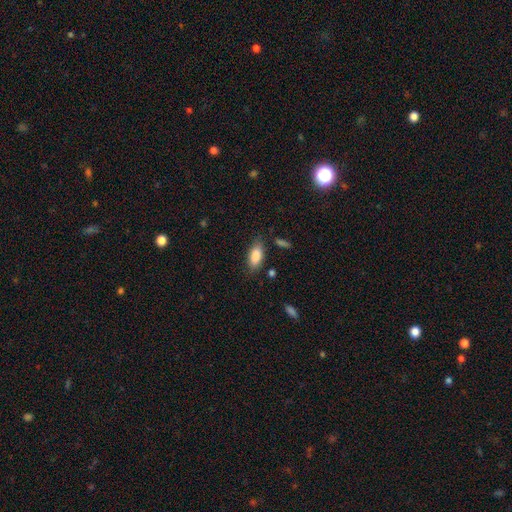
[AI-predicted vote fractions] This appears to be a smooth galaxy with no disk features (85%) that is in between round and cigar-shaped (84%). Merging: none (80%).